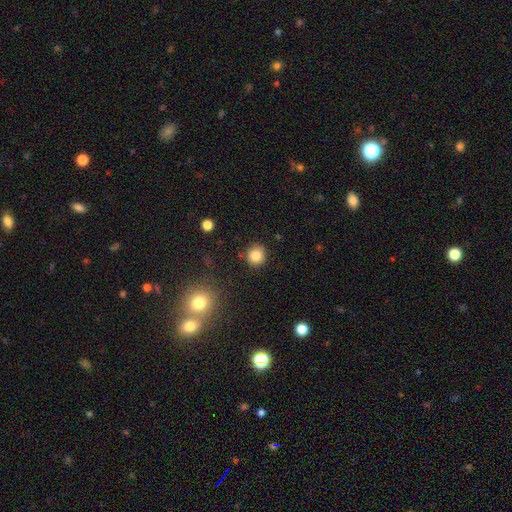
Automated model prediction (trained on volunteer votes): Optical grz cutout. It shows a smooth galaxy with no disk features (84%) that is round (90%). Merging: none (87%).